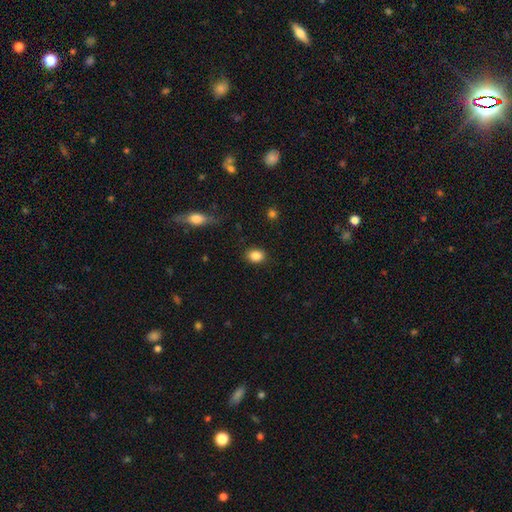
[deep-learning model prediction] Smooth or featured? smooth (87%)
How rounded? in between (61%)
Merging? none (87%)